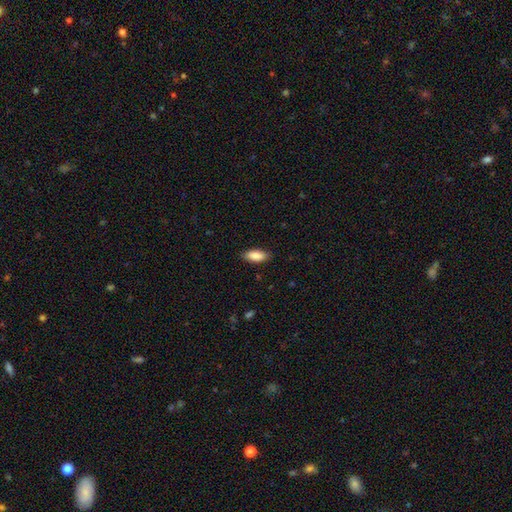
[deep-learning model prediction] Smooth or featured: smooth — 87% (featured or disk — 7%)
How rounded: in between — 82% (cigar-shaped — 16%)
Merging: none — 87% (minor disturbance — 10%)